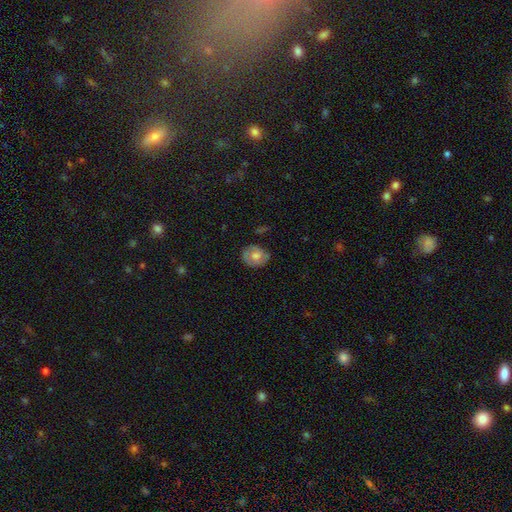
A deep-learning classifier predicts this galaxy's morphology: smooth-or-featured: smooth: 59% | featured or disk: 34% | star or artifact: 7%
  how-rounded: round: 61% | in between: 38% | cigar-shaped: 1%
  merging: none: 71% | minor disturbance: 22% | major disturbance: 5% | merger: 2%